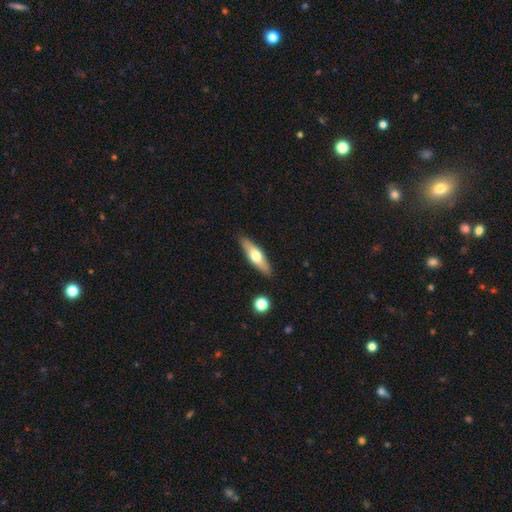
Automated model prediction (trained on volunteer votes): smooth 50%, featured or disk 44%, star or artifact 6%. Down the decision tree: how rounded — cigar-shaped (61%); merging — none (87%).